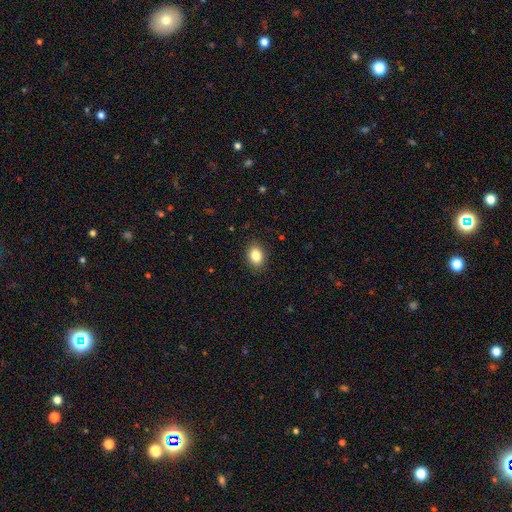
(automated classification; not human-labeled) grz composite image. It shows a smooth galaxy with no disk features (84%) that is in between round and cigar-shaped (62%). Merging: none (89%).